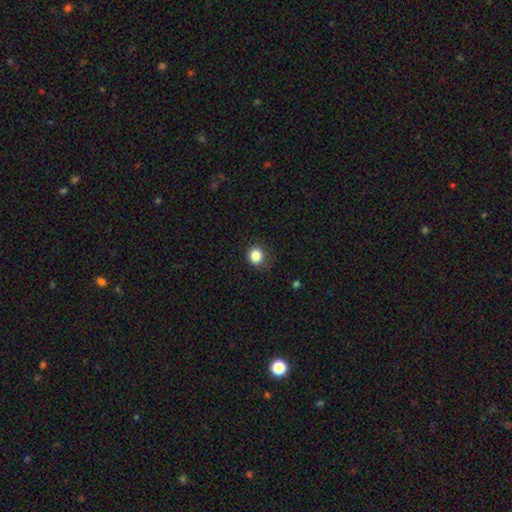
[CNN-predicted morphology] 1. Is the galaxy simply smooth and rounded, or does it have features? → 85% smooth, 11% star or artifact, 4% featured or disk.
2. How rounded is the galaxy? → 88% round, 12% in between, 1% cigar-shaped.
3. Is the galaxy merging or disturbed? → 84% none, 12% minor disturbance, 3% major disturbance, 1% merger.